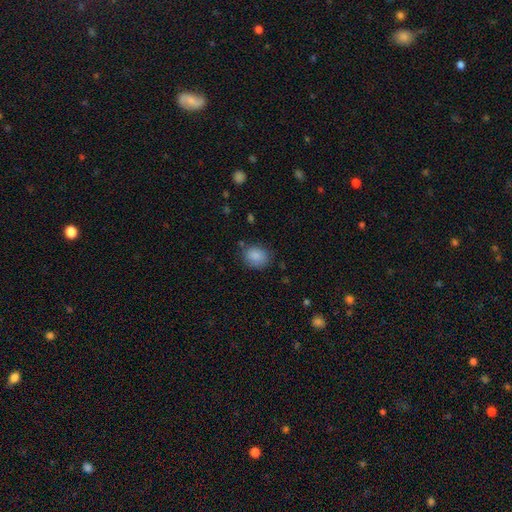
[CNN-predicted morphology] type=smooth (87%); roundness=round (54%); merging=none (78%).